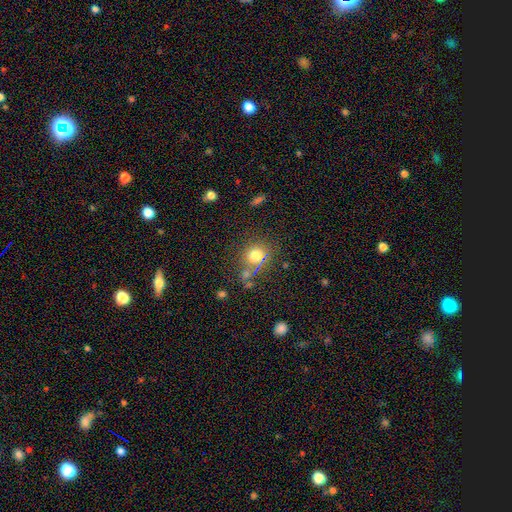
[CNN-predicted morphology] This appears to be a smooth galaxy with no disk features (74%) that is round (81%). Merging: none (67%).